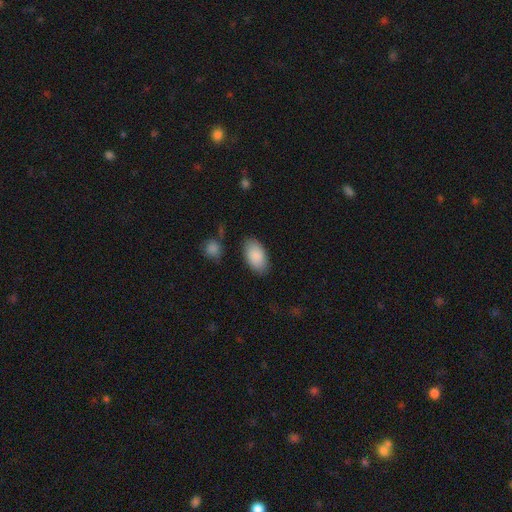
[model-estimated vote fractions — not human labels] Smooth or featured? smooth (89%)
How rounded? in between (95%)
Merging? none (83%)